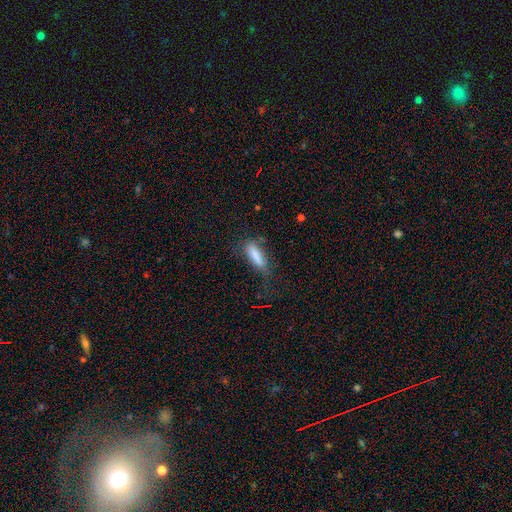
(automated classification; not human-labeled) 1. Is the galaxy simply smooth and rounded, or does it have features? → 80% smooth, 12% featured or disk, 8% star or artifact.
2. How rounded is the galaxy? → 53% cigar-shaped, 45% in between, 2% round.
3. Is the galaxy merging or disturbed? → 53% none, 27% minor disturbance, 17% major disturbance, 3% merger.